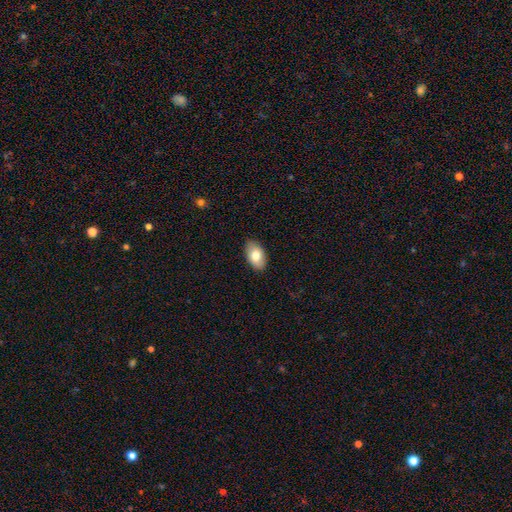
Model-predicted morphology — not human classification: Q: Smooth or featured?
A: smooth (76%); runner-up: featured or disk (17%)
Q: How rounded?
A: in between (94%); runner-up: round (5%)
Q: Merging?
A: none (88%); runner-up: minor disturbance (9%)